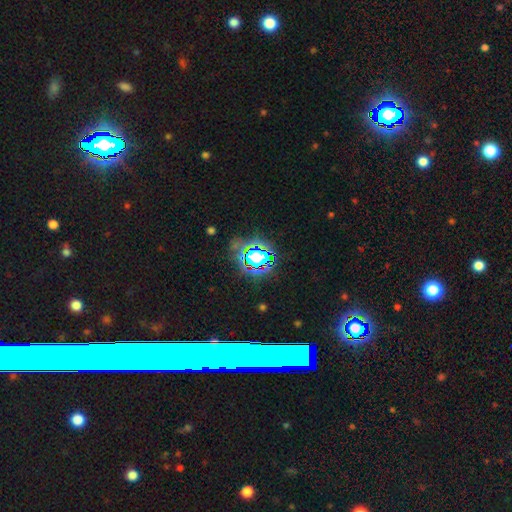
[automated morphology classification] type=star or artifact (56%).